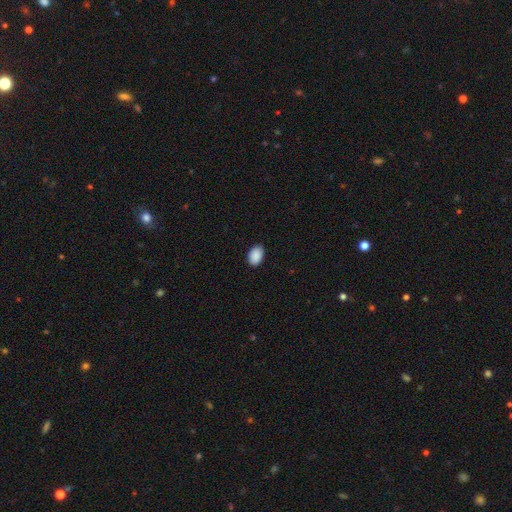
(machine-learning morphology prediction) smooth-or-featured: smooth: 91% | star or artifact: 7% | featured or disk: 2%
  how-rounded: in between: 88% | round: 11% | cigar-shaped: 1%
  merging: none: 88% | minor disturbance: 9% | major disturbance: 2% | merger: 1%